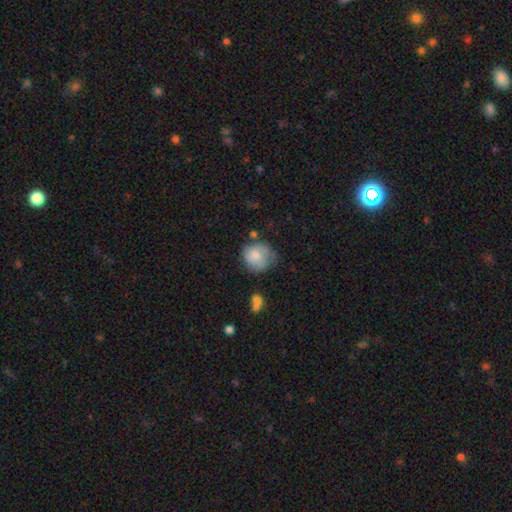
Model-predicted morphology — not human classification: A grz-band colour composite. It shows a smooth galaxy with no disk features (69%) that is round (80%). Merging: none (49%).